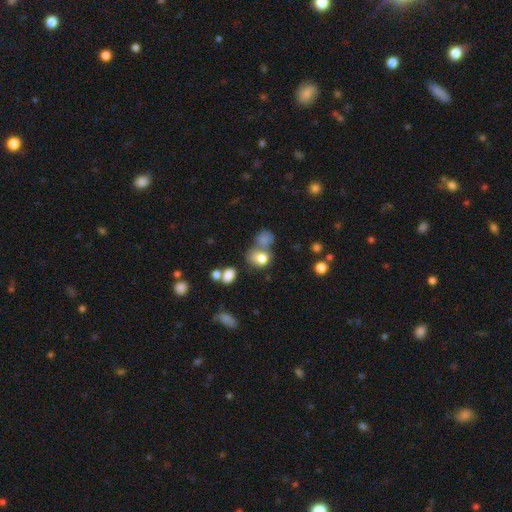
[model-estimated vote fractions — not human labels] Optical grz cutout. It shows a smooth galaxy with no disk features (54%) that is round (70%). Merging: none (49%).